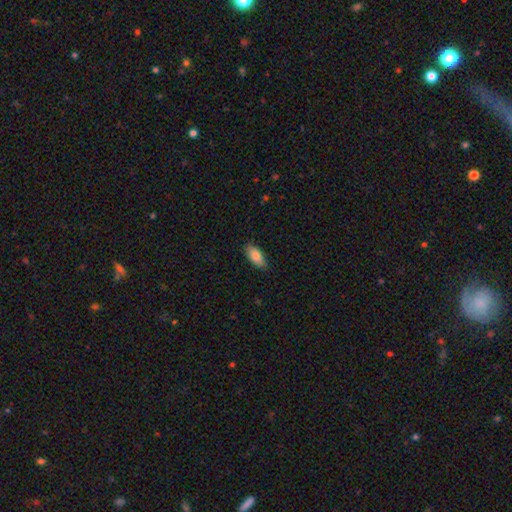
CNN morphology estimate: Q: Smooth or featured?
A: smooth (83%); runner-up: featured or disk (10%)
Q: How rounded?
A: in between (87%); runner-up: cigar-shaped (10%)
Q: Merging?
A: none (85%); runner-up: minor disturbance (12%)